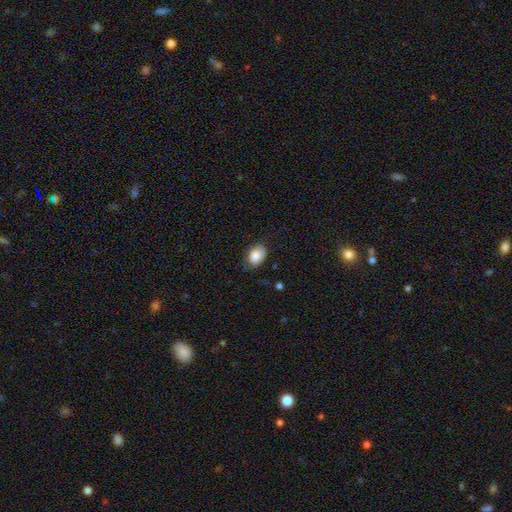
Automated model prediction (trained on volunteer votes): A smooth galaxy with no disk features (85%) that is in between round and cigar-shaped (81%). Merging: none (68%).